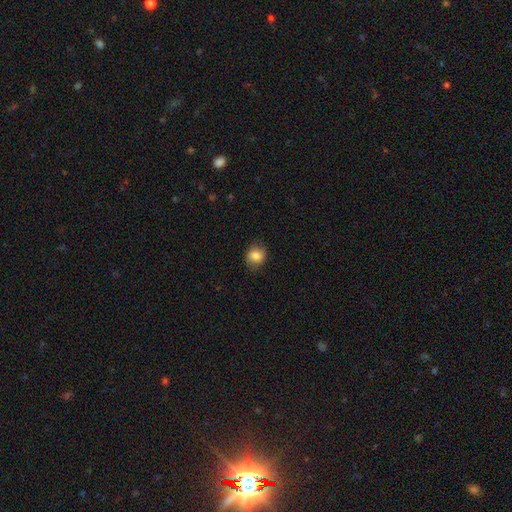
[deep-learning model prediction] Smooth or featured?
  - smooth: 82% *
  - featured or disk: 9%
  - star or artifact: 9%
How rounded?
  - round: 73% *
  - in between: 26%
  - cigar-shaped: 1%
Merging?
  - none: 82% *
  - minor disturbance: 14%
  - major disturbance: 3%
  - merger: 1%